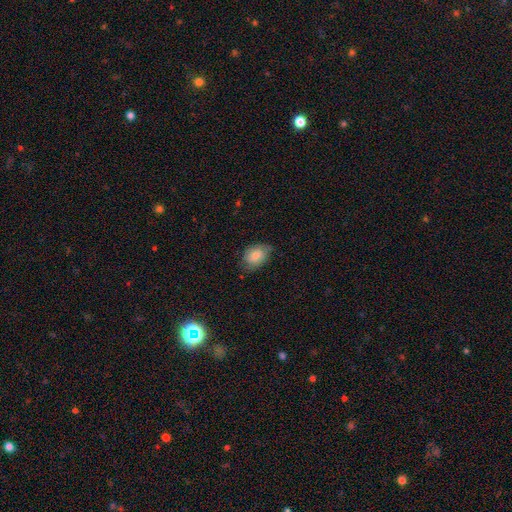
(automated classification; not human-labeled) This appears to be a smooth galaxy with no disk features (73%) that is in between round and cigar-shaped (75%). Merging: none (61%).